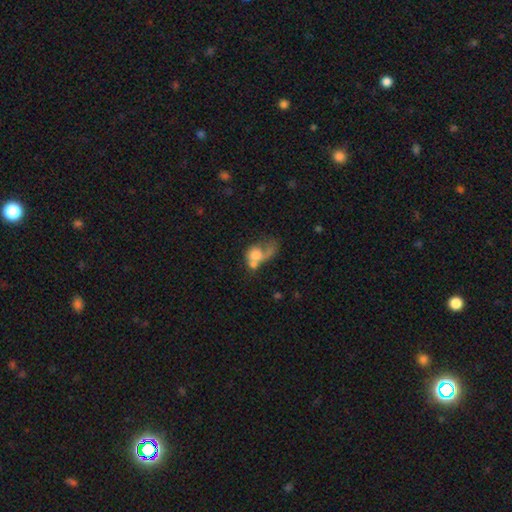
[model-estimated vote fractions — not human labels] Morphology: type=smooth (55%); roundness=in between (56%); merging=major disturbance (38%).